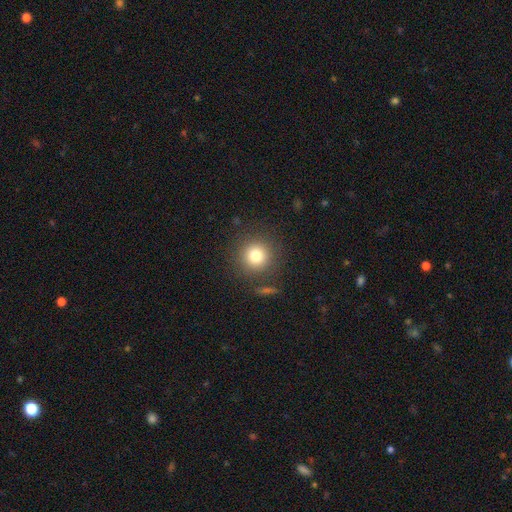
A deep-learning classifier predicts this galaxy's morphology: Q: Smooth or featured?
A: smooth (79%); runner-up: star or artifact (12%)
Q: How rounded?
A: round (94%); runner-up: in between (5%)
Q: Merging?
A: none (87%); runner-up: minor disturbance (7%)